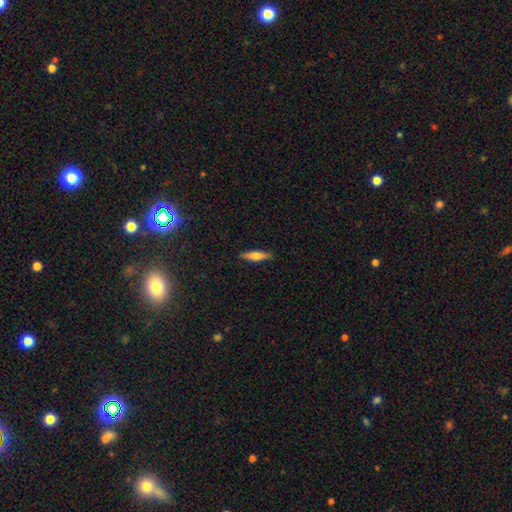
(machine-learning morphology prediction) type=smooth (57%); roundness=cigar-shaped (74%); merging=none (88%).